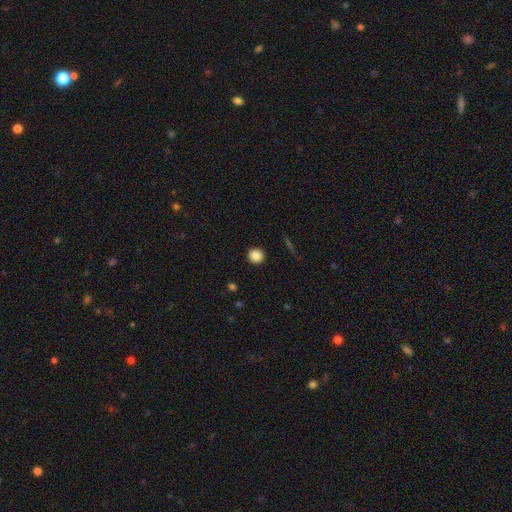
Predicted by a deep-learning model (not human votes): A smooth galaxy with no disk features (87%) that is round (94%). Merging: none (93%).